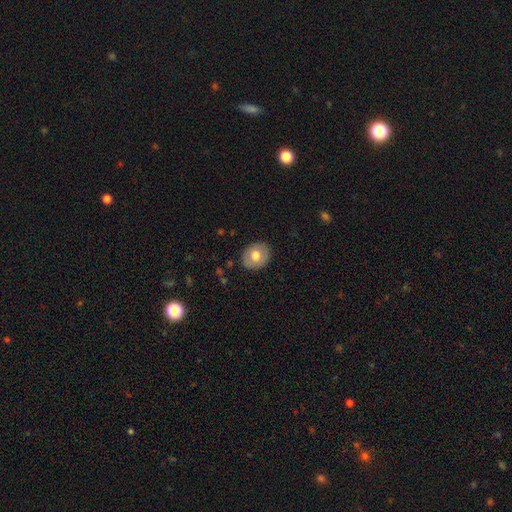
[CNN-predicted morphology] Smooth or featured? Predicted: smooth (p=0.70). How rounded? Predicted: round (p=0.61). Merging? Predicted: none (p=0.87).